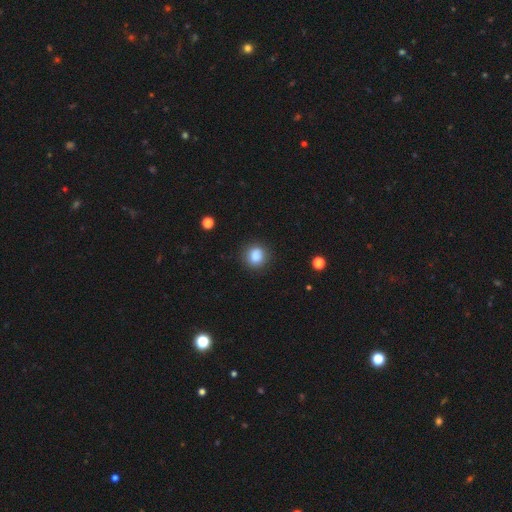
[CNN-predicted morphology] Smooth or featured? smooth (85%)
How rounded? round (84%)
Merging? none (84%)